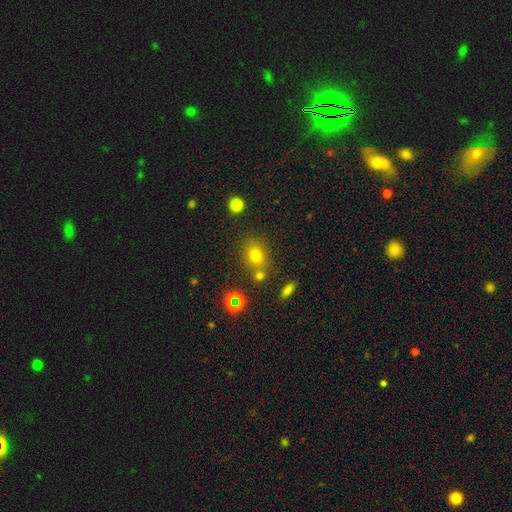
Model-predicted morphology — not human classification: Smooth or featured? Predicted: smooth (p=0.71). How rounded? Predicted: round (p=0.59). Merging? Predicted: none (p=0.70).